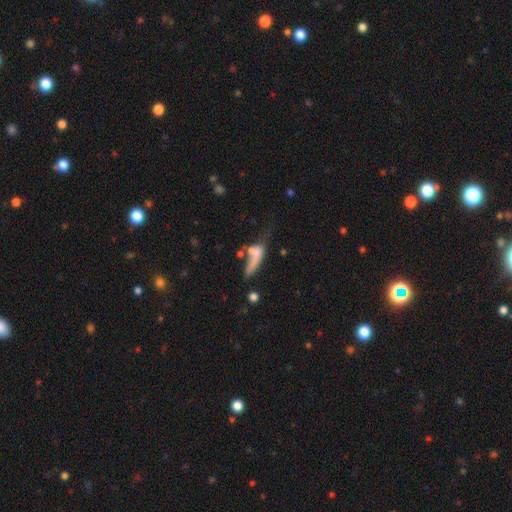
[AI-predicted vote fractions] The model was most divided on "merging": merger: 28%, none: 27%, major disturbance: 26%, minor disturbance: 20%. More confident: smooth or featured — smooth (61%); how rounded — cigar-shaped (59%).